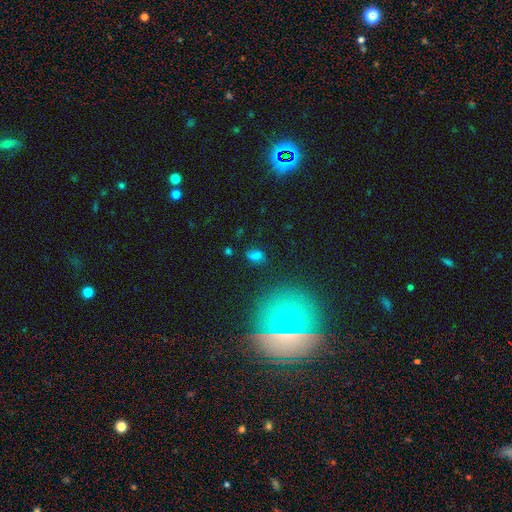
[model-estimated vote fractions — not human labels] Smooth or featured?
  - smooth: 67% *
  - star or artifact: 20%
  - featured or disk: 13%
How rounded?
  - in between: 77% *
  - round: 20%
  - cigar-shaped: 3%
Merging?
  - none: 70% *
  - minor disturbance: 17%
  - major disturbance: 7%
  - merger: 6%